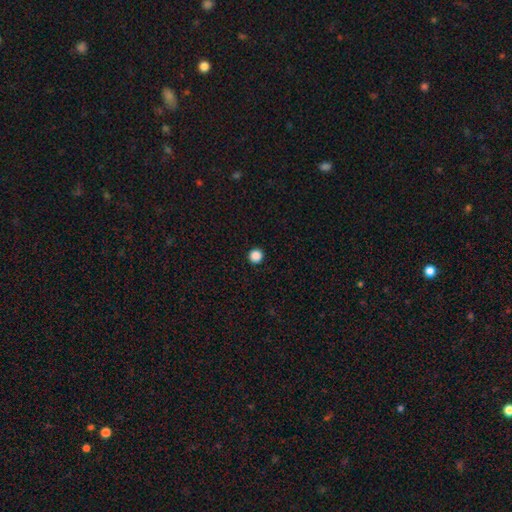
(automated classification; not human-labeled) A smooth galaxy with no disk features (87%) that is round (96%).

Vote fractions:
- Smooth or featured? smooth: 87% / star or artifact: 10% / featured or disk: 2%
- How rounded? round: 96% / in between: 3% / cigar-shaped: 1%
- Merging? none: 94% / minor disturbance: 4% / major disturbance: 1% / merger: 1%